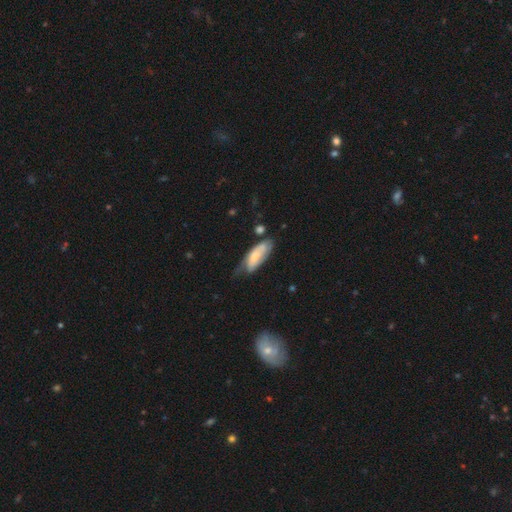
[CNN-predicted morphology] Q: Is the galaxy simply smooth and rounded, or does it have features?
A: smooth — 57%.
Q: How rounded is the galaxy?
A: in between — 75%.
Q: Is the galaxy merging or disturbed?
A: none — 39%.